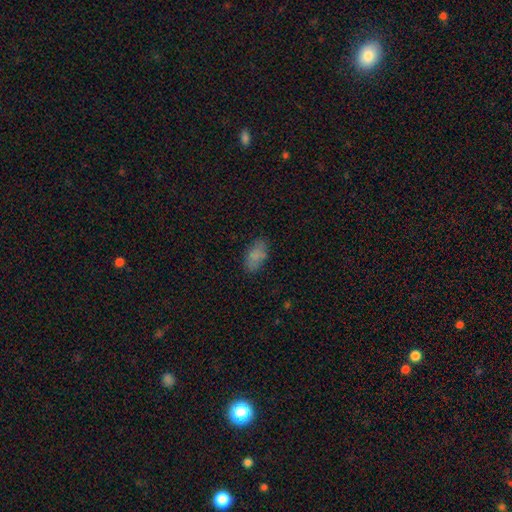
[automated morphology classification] smooth 81%, star or artifact 10%, featured or disk 9%. Down the decision tree: how rounded — in between (92%); merging — none (77%).